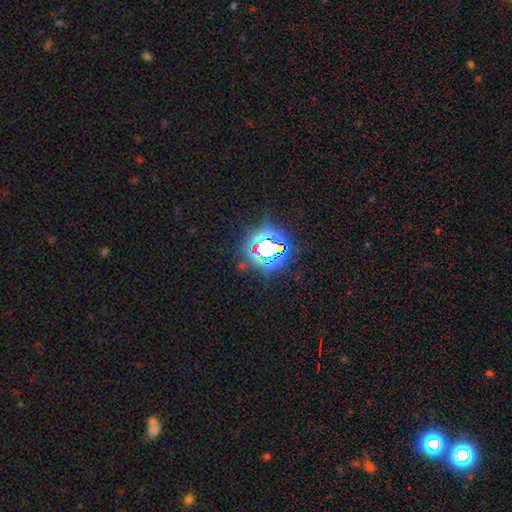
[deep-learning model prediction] Q: Smooth or featured?
A: star or artifact (80%); runner-up: smooth (13%)